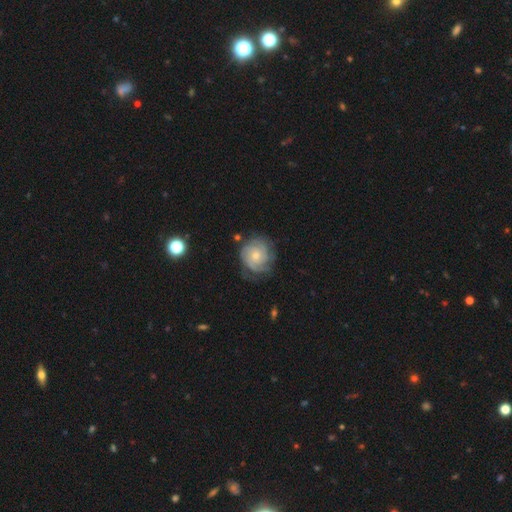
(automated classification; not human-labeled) Smooth or featured: featured or disk — 80% (smooth — 14%)
Edge-on disk: no — 98% (yes — 2%)
Bar: no — 76% (weak — 21%)
Spiral arms: yes — 96% (no — 4%)
Spiral winding: tight — 73% (medium — 22%)
Spiral arm count: can't tell — 29% (3 — 28%)
Bulge size: small — 50% (moderate — 45%)
Merging: none — 70% (minor disturbance — 20%)